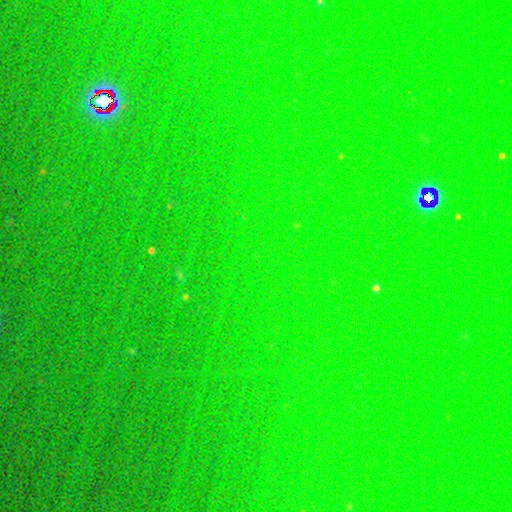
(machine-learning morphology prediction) type=star or artifact (79%).